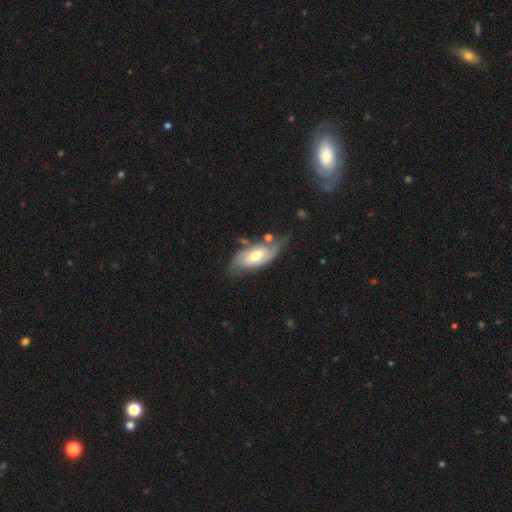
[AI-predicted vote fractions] A featured or disk galaxy (59%) with no bar (47%), spiral arms (78%) and a moderate central bulge (68%).

Vote fractions:
- Smooth or featured? featured or disk: 59% / smooth: 35% / star or artifact: 6%
- Edge-on disk? no: 88% / yes: 12%
- Bar? no: 47% / weak: 40% / strong: 13%
- Spiral arms? yes: 78% / no: 22%
- Bulge size? moderate: 68% / small: 15% / large: 14% / none: 1% / dominant: 1%
- Merging? none: 54% / minor disturbance: 27% / major disturbance: 12% / merger: 7%